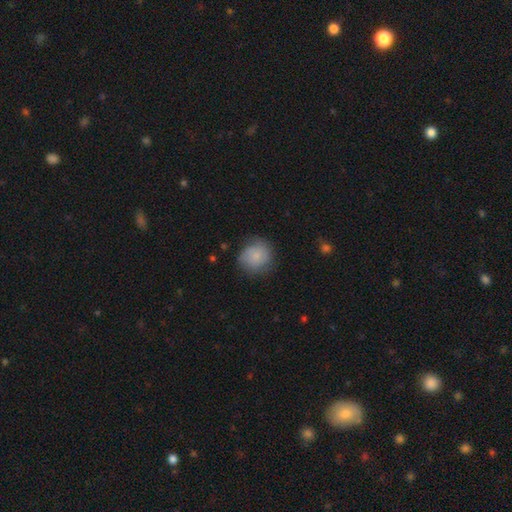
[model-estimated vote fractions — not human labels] This is likely a smooth galaxy (75%). How rounded: clearly round (88%). Merging: likely none (73%).